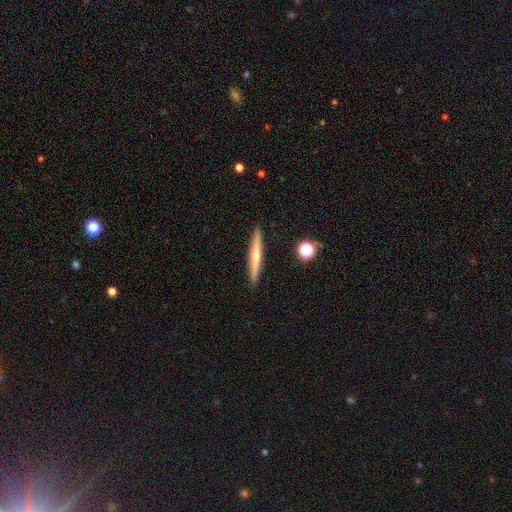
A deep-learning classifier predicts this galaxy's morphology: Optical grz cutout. It shows a featured or disk galaxy (47%). Merging: none (91%).